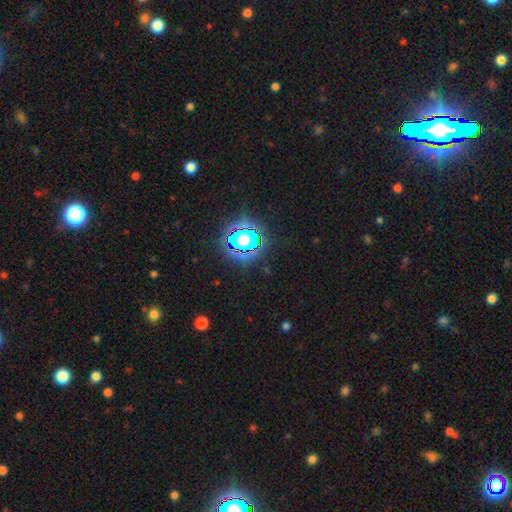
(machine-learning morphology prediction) A star or artifact, not a galaxy (80%).